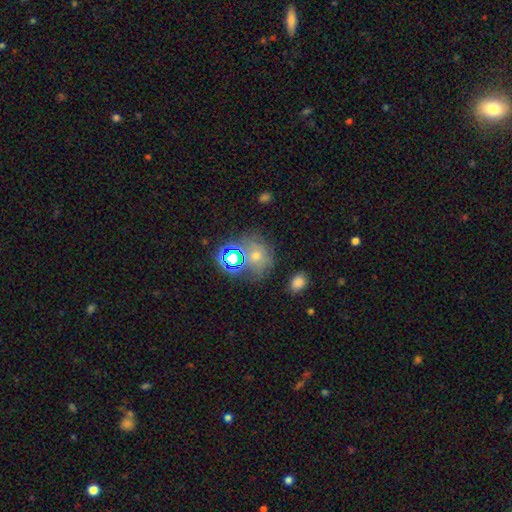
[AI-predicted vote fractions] The model was most divided on "smooth or featured": smooth: 42%, star or artifact: 39%, featured or disk: 19%. More confident: merging — none (62%).